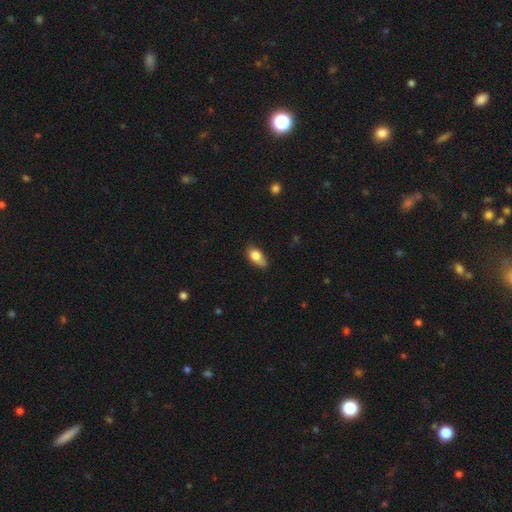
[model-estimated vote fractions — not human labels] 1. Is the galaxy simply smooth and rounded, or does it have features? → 77% smooth, 16% featured or disk, 7% star or artifact.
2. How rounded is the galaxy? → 87% in between, 7% round, 6% cigar-shaped.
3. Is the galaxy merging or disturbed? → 63% none, 30% minor disturbance, 5% major disturbance, 2% merger.